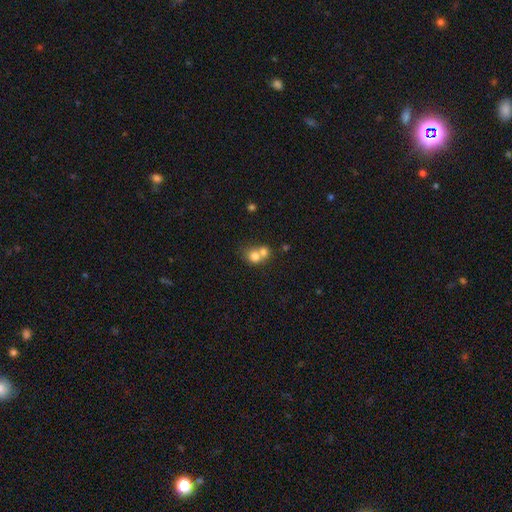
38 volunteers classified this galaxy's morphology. A smooth galaxy with no disk features (63%) that is round (75%).

Vote fractions:
- Smooth or featured? smooth: 63% / featured or disk: 29% / star or artifact: 8%
- How rounded? round: 75% / in between: 25% / cigar-shaped: 0%
- Merging? merger: 66% / none: 20% / minor disturbance: 11% / major disturbance: 3%